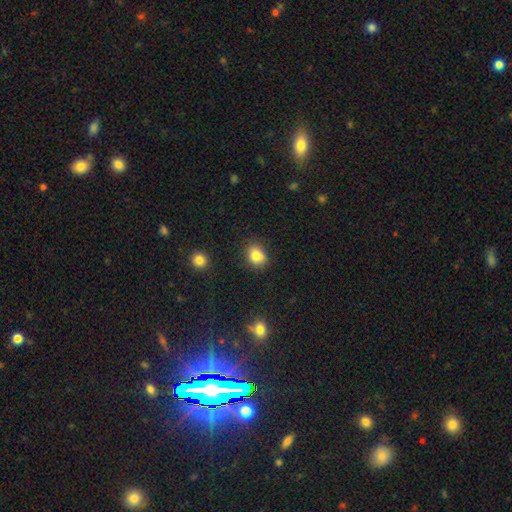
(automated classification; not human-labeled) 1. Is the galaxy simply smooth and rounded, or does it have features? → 81% smooth, 11% star or artifact, 8% featured or disk.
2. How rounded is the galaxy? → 54% round, 45% in between, 1% cigar-shaped.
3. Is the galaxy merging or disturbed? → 74% none, 18% minor disturbance, 5% merger, 4% major disturbance.